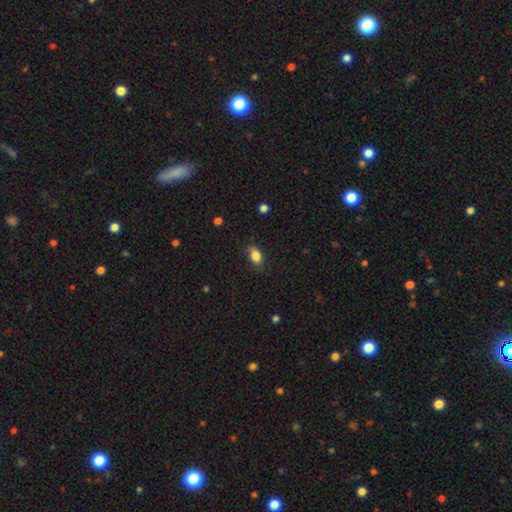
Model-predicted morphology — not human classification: Smooth or featured? smooth (85%)
How rounded? in between (84%)
Merging? none (77%)